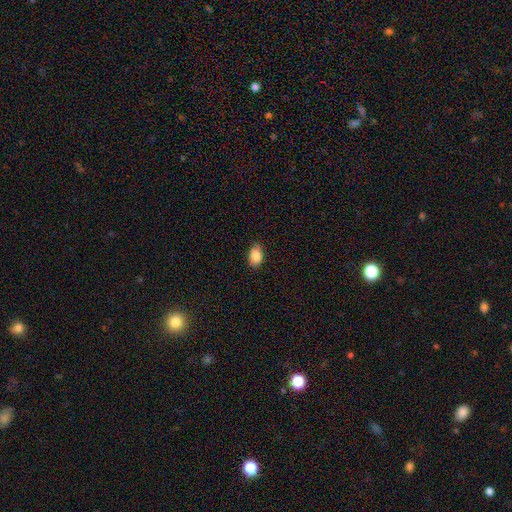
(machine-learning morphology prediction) smooth-or-featured: smooth: 87% | star or artifact: 8% | featured or disk: 5%
  how-rounded: in between: 87% | round: 11% | cigar-shaped: 2%
  merging: none: 76% | minor disturbance: 20% | major disturbance: 3% | merger: 1%